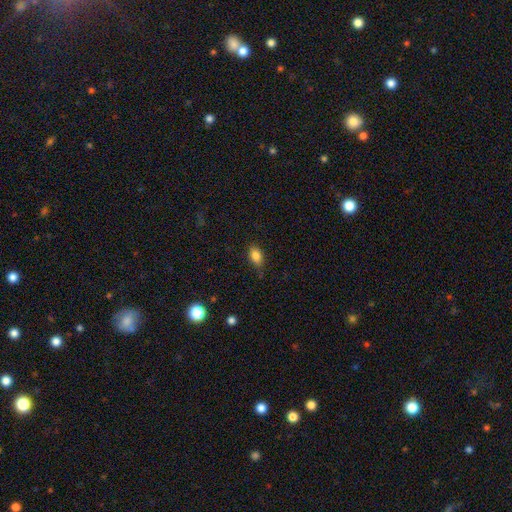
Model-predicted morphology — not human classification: Q: Smooth or featured?
A: smooth (83%); runner-up: star or artifact (10%)
Q: How rounded?
A: in between (84%); runner-up: round (12%)
Q: Merging?
A: none (74%); runner-up: minor disturbance (21%)